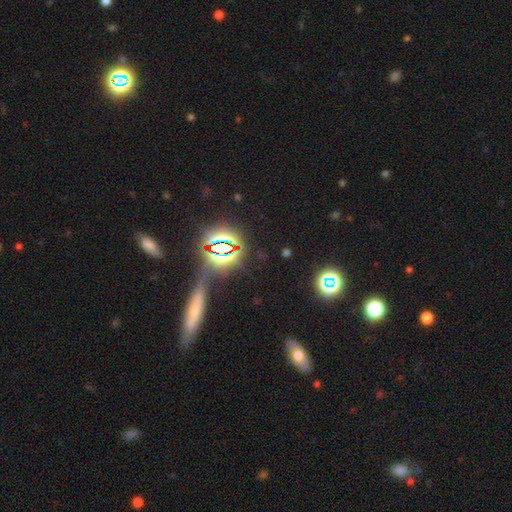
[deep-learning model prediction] This is likely a star or artifact rather than a galaxy (72%).